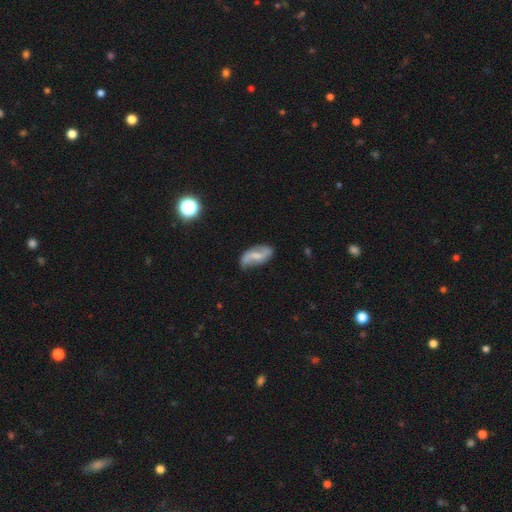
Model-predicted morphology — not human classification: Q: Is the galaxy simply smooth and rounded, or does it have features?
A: featured or disk — 63%.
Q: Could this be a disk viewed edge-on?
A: no — 95%.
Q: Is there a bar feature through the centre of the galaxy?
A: weak — 48%.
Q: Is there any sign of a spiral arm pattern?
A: yes — 87%.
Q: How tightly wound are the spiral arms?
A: loose — 65%.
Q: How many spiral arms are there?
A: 2 — 85%.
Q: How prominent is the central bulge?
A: small — 40%.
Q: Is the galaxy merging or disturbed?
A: none — 62%.